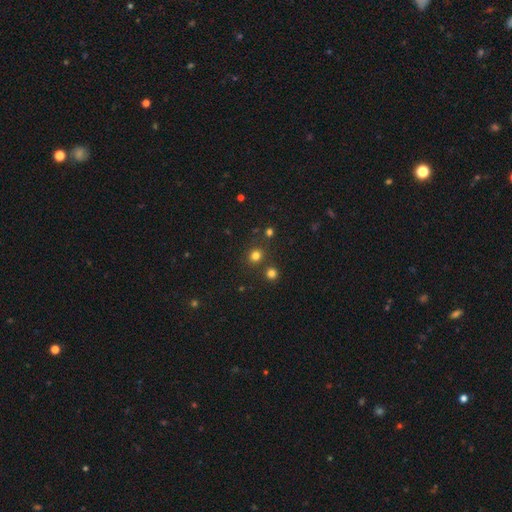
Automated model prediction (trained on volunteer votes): Morphology: type=smooth (75%); roundness=round (85%); merging=none (80%).